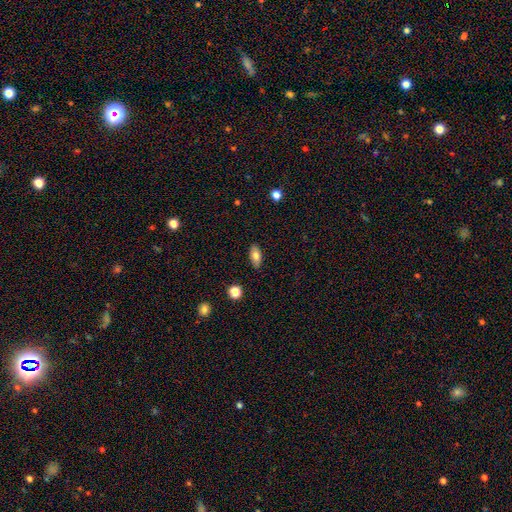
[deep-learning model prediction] This is likely a smooth galaxy (76%). How rounded: clearly in between (88%). Merging: clearly none (88%).